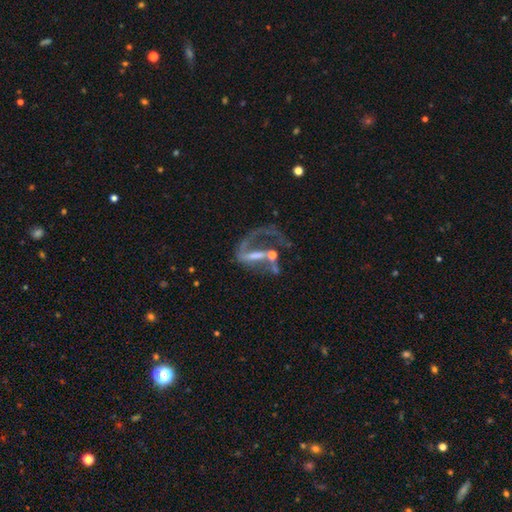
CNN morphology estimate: Overall: featured or disk (75%). Edge-on disk: no (93%). Bar: strong (38%; weak 32%). Spiral arms: yes (67%; no 33%). Bulge size: small (32%, tied with none). Merging: major disturbance (42%; none 26%).